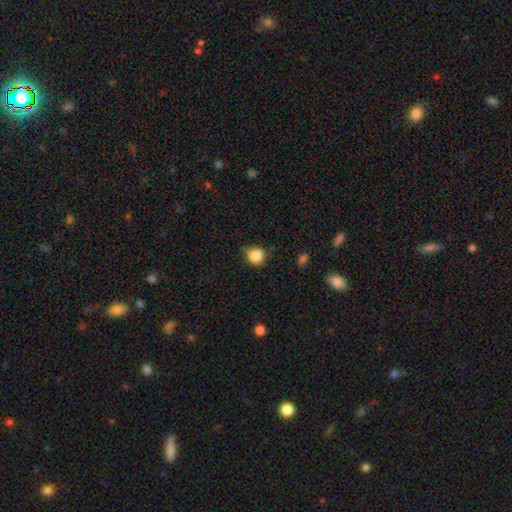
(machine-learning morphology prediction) smooth_or_featured: smooth (p=0.86) [alt: star or artifact p=0.10]
how_rounded: round (p=0.83) [alt: in between p=0.16]
merging: none (p=0.66) [alt: minor disturbance p=0.27]